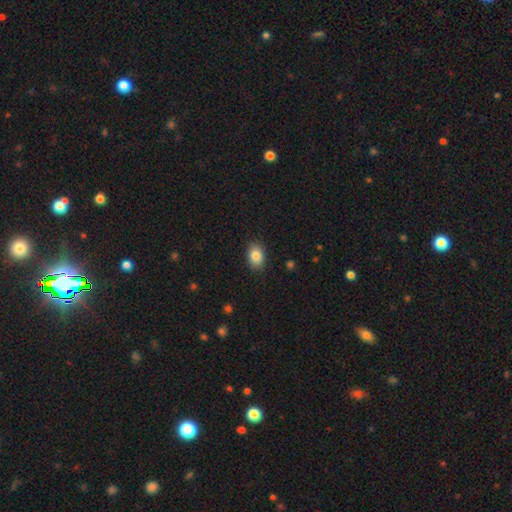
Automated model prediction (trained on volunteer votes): The model was most divided on "how rounded": in between: 79%, round: 20%, cigar-shaped: 1%. More confident: merging — none (88%); smooth or featured — smooth (85%).